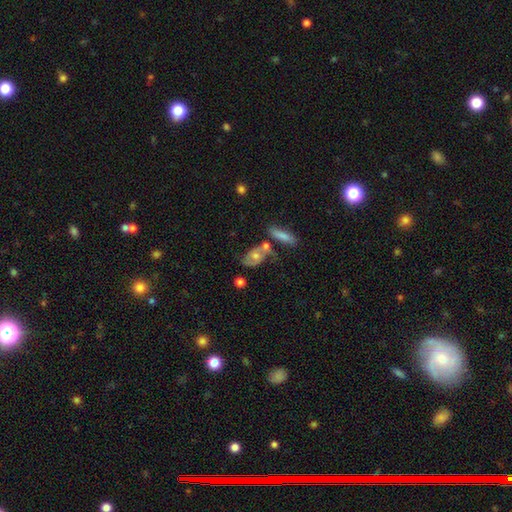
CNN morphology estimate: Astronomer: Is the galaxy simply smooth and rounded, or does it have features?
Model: featured or disk — 55% (runner-up: smooth, 37%).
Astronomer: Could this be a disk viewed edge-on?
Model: no — 90%.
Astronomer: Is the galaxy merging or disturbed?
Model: none — 41% (runner-up: merger, 29%).